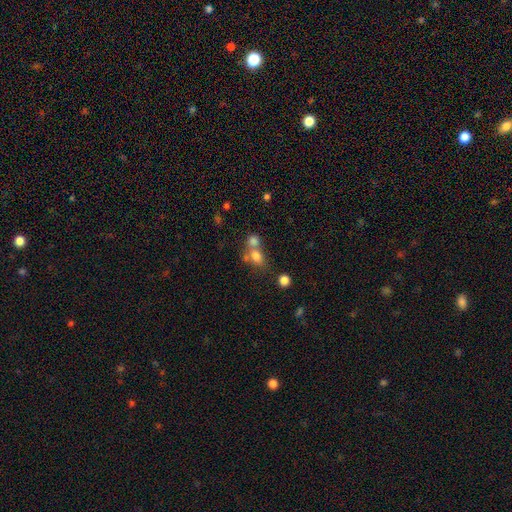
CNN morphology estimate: Smooth or featured: smooth — 75% (star or artifact — 13%)
How rounded: round — 54% (in between — 45%)
Merging: merger — 49% (none — 38%)